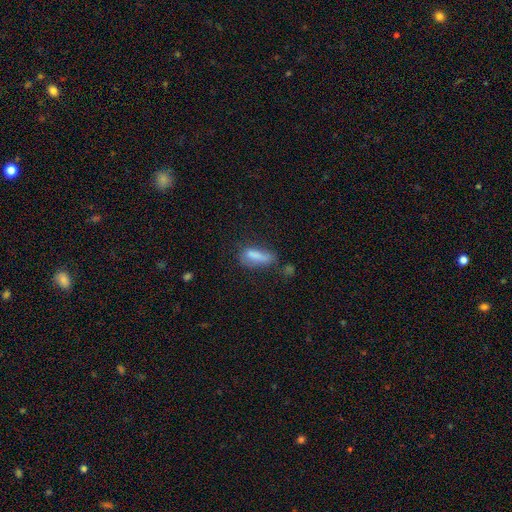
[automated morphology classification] Smooth or featured?
  - smooth: 76% *
  - featured or disk: 14%
  - star or artifact: 10%
How rounded?
  - in between: 57% *
  - cigar-shaped: 40%
  - round: 3%
Merging?
  - none: 40% *
  - minor disturbance: 30%
  - major disturbance: 21%
  - merger: 9%